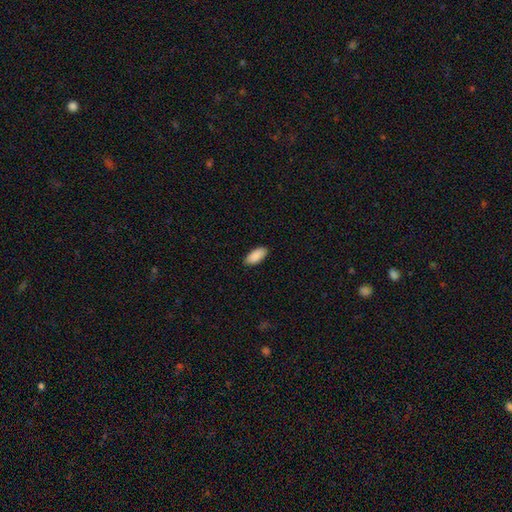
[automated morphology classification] Overall: smooth (91%). How rounded: in between (90%). Merging: none (89%).